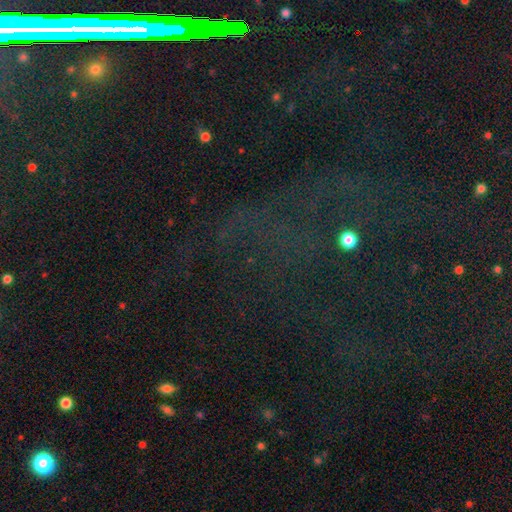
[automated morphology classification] smooth-or-featured: star or artifact: 76% | smooth: 13% | featured or disk: 11%